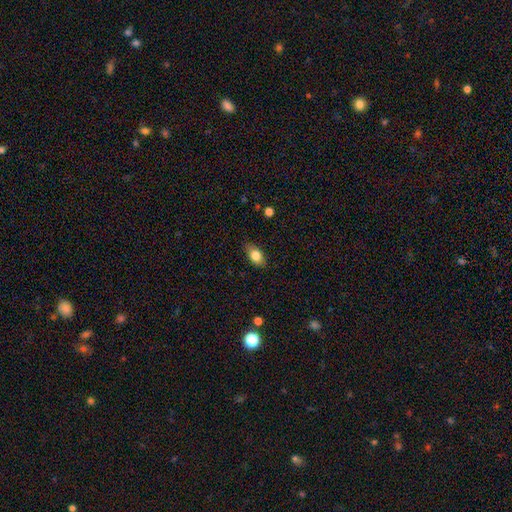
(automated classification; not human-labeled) Smooth or featured? smooth (80%)
How rounded? in between (84%)
Merging? none (81%)